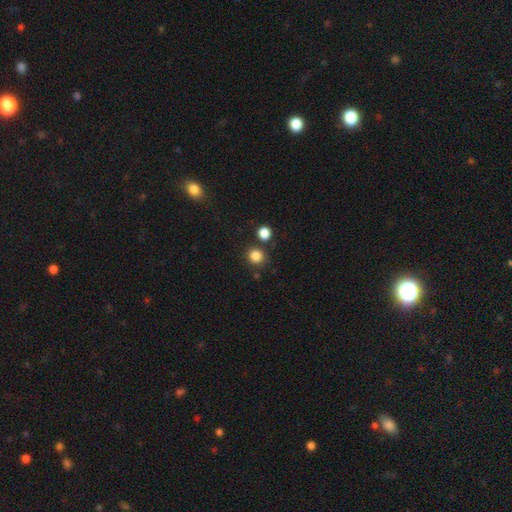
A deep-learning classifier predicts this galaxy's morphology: The model was most divided on "merging": none: 79%, merger: 10%, minor disturbance: 8%, major disturbance: 3%. More confident: how rounded — round (86%); smooth or featured — smooth (84%).